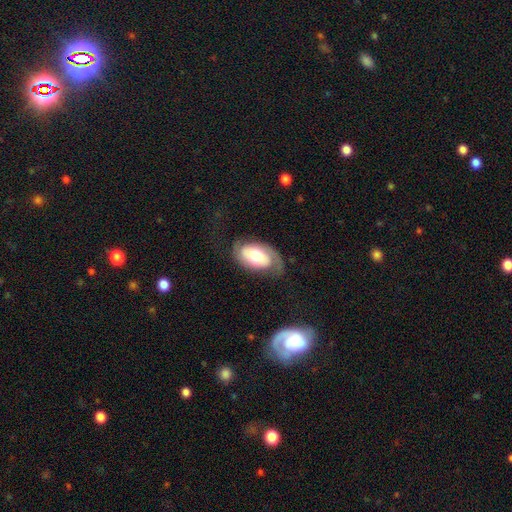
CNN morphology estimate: This is likely a featured or disk galaxy (63%). It is clearly not viewed edge-on (95%). Bar: possibly no (58%). Spiral arm pattern: clearly yes (85%). Spiral arm count: likely 2 (64%). Spiral winding: marginally tight (38%, tied with medium). Central bulge: possibly moderate (50%). Merging: possibly none (58%).